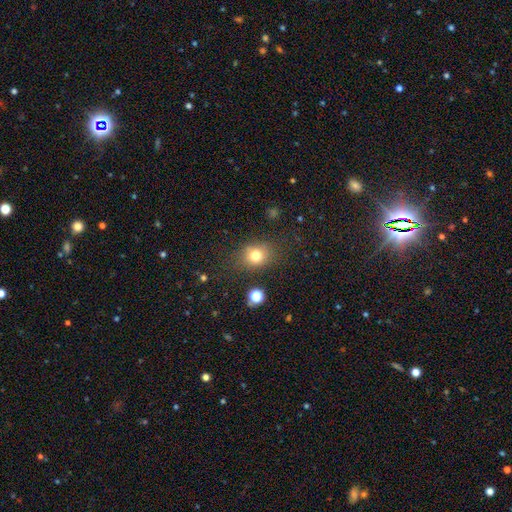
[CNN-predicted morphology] This is likely a smooth galaxy (76%). How rounded: likely round (62%). Merging: likely none (77%).